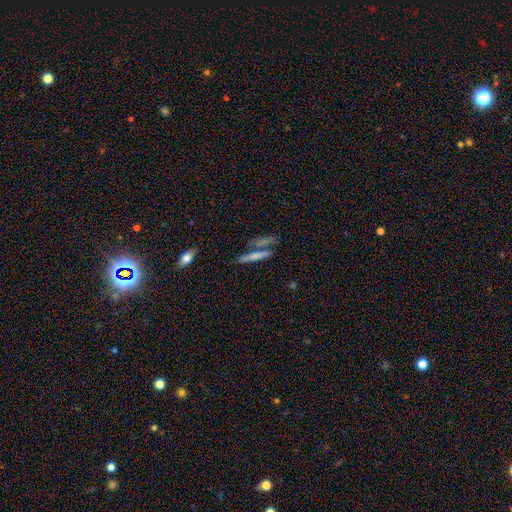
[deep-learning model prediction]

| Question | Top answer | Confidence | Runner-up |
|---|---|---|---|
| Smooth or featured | smooth | 62% | featured or disk (30%) |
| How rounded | cigar-shaped | 89% | in between (9%) |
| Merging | none | 63% | merger (21%) |